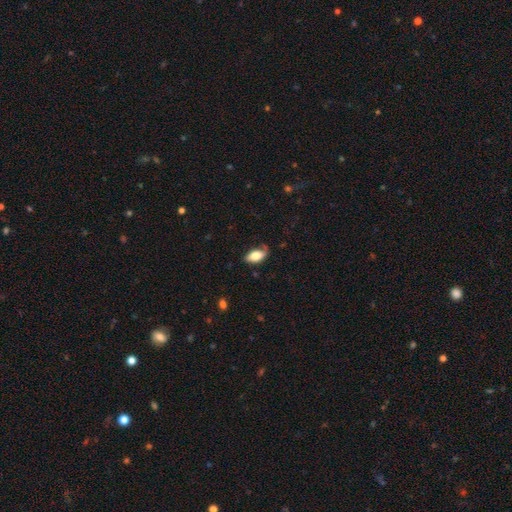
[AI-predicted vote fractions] A smooth galaxy with no disk features (75%) that is in between round and cigar-shaped (92%).

Vote fractions:
- Smooth or featured? smooth: 75% / featured or disk: 19% / star or artifact: 6%
- How rounded? in between: 92% / cigar-shaped: 5% / round: 3%
- Merging? none: 60% / minor disturbance: 29% / major disturbance: 9% / merger: 2%